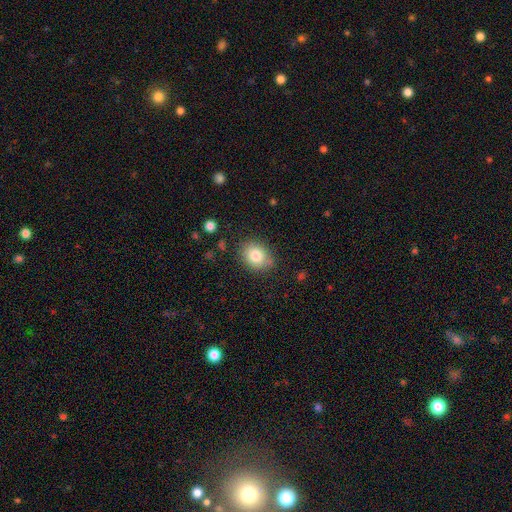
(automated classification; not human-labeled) A smooth galaxy with no disk features (82%) that is round (51%).

Vote fractions:
- Smooth or featured? smooth: 82% / star or artifact: 9% / featured or disk: 9%
- How rounded? round: 51% / in between: 48% / cigar-shaped: 1%
- Merging? none: 81% / minor disturbance: 13% / major disturbance: 3% / merger: 2%